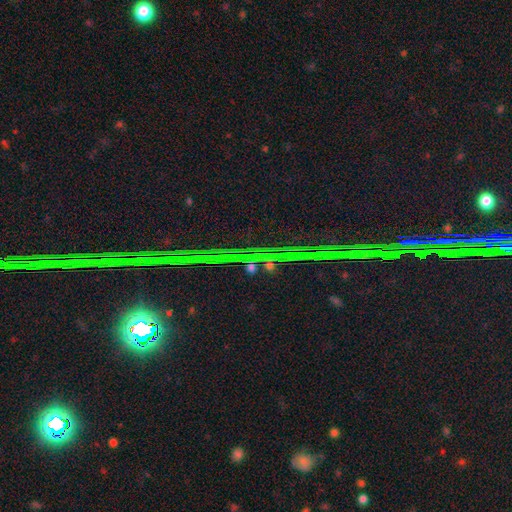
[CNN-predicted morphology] The model was most divided on "smooth or featured": star or artifact: 79%, featured or disk: 12%, smooth: 9%.